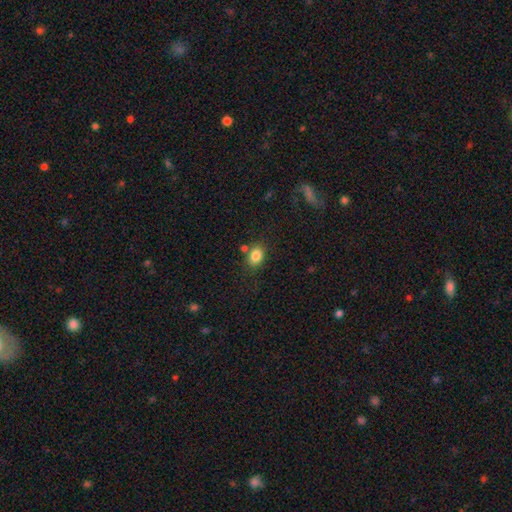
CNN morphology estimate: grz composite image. It shows a smooth galaxy with no disk features (84%) that is in between round and cigar-shaped (61%). Merging: none (74%).